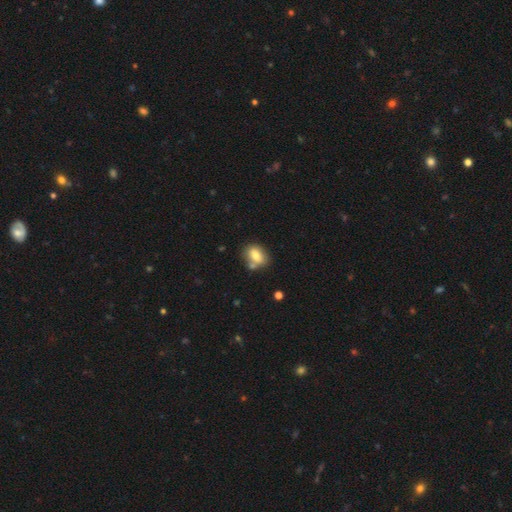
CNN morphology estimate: Q: Smooth or featured?
A: smooth (78%); runner-up: featured or disk (14%)
Q: How rounded?
A: in between (76%); runner-up: round (21%)
Q: Merging?
A: none (58%); runner-up: merger (19%)